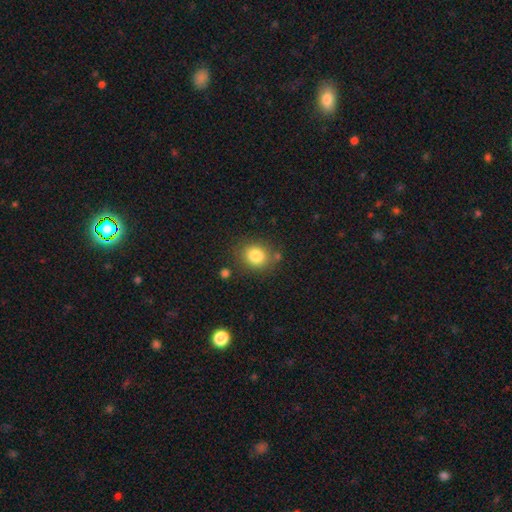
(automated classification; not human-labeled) This appears to be a smooth galaxy with no disk features (83%) that is round (72%). Merging: none (79%).